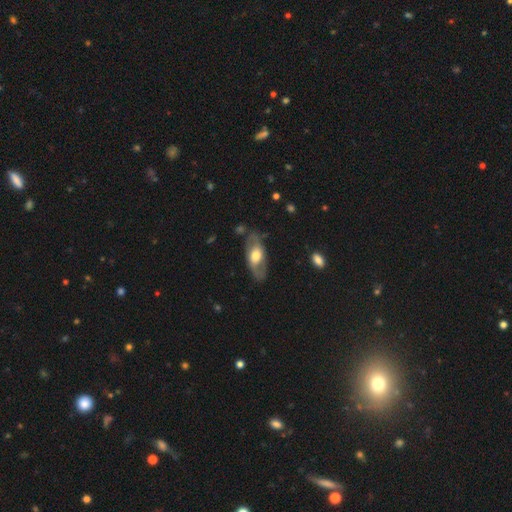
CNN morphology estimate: featured or disk 57%, smooth 38%, star or artifact 5%. Down the decision tree: edge-on disk — no (80%); merging — none (74%).